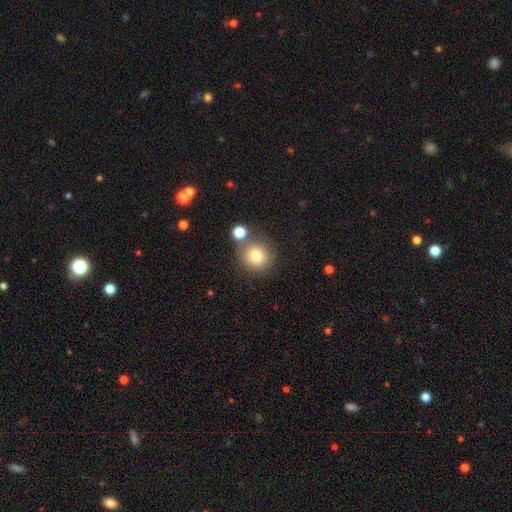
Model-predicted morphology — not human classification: A smooth galaxy with no disk features (79%) that is round (91%).

Vote fractions:
- Smooth or featured? smooth: 79% / star or artifact: 11% / featured or disk: 10%
- How rounded? round: 91% / in between: 8% / cigar-shaped: 1%
- Merging? none: 71% / merger: 15% / minor disturbance: 11% / major disturbance: 4%